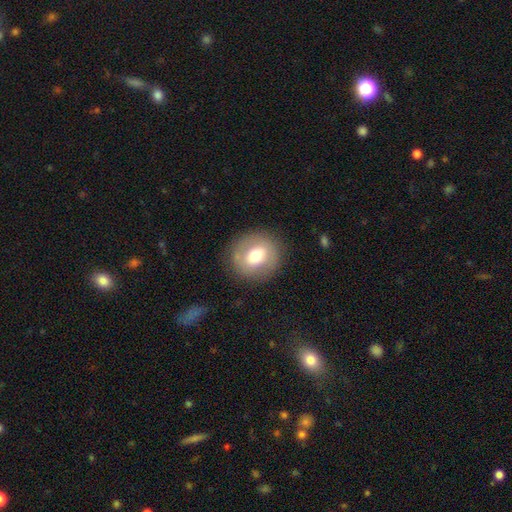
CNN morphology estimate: Smooth or featured? smooth (65%)
How rounded? round (84%)
Merging? none (85%)